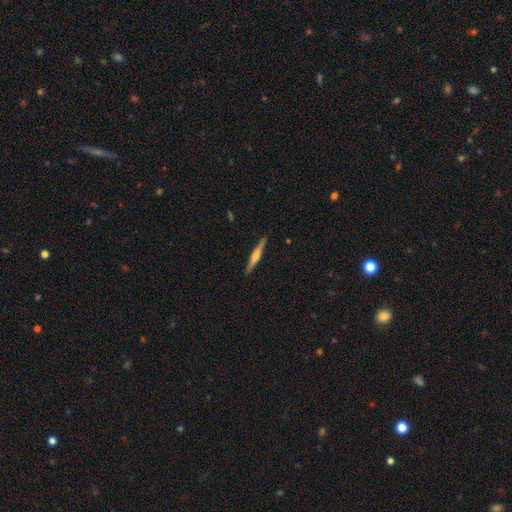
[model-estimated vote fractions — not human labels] Morphology: type=featured or disk (62%); edge-on=yes (98%); edge-on bulge=rounded (69%); merging=none (91%).